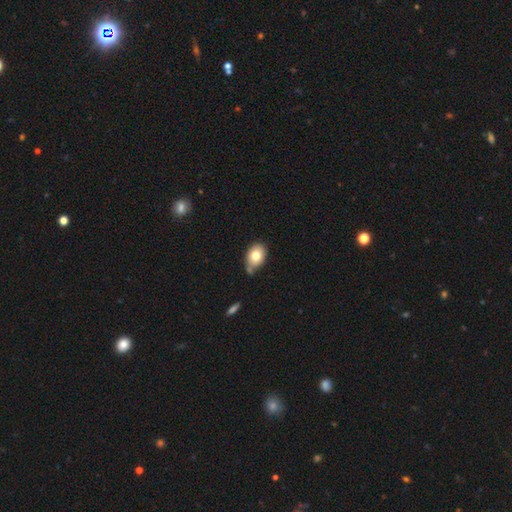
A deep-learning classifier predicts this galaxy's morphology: This appears to be a smooth galaxy with no disk features (77%) that is in between round and cigar-shaped (73%). Merging: none (53%).